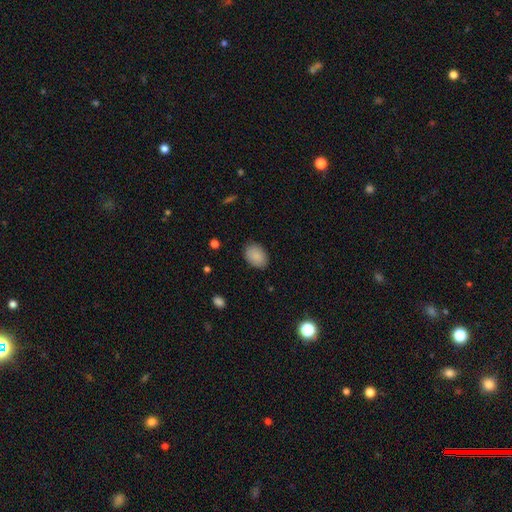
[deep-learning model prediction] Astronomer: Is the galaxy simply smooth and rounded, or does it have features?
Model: smooth — 88%.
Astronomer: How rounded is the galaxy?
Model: in between — 82%.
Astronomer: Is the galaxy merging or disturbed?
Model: none — 86%.